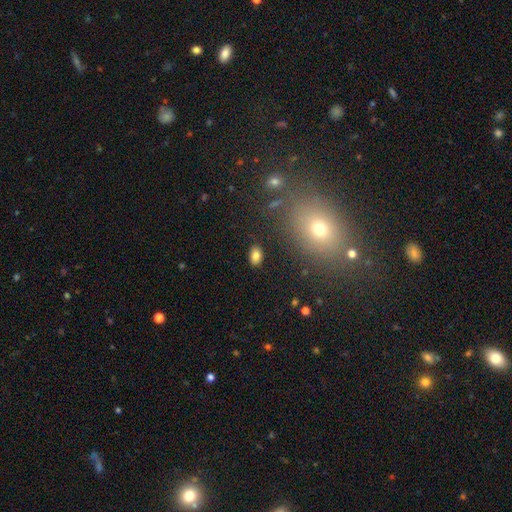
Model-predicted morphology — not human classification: type=smooth (81%); roundness=in between (82%); merging=none (85%).